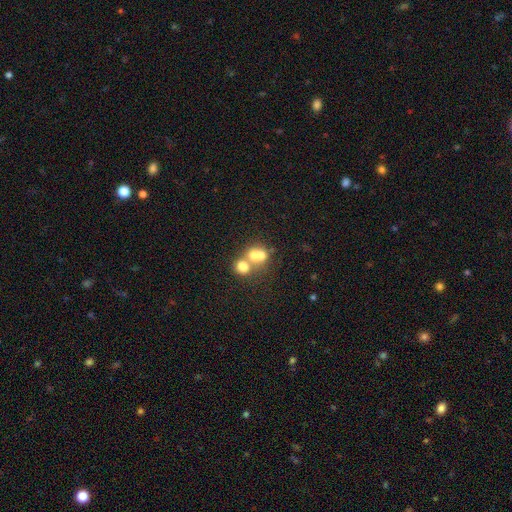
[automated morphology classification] Overall: smooth (64%). How rounded: round (72%). Merging: merger (65%; none 26%).